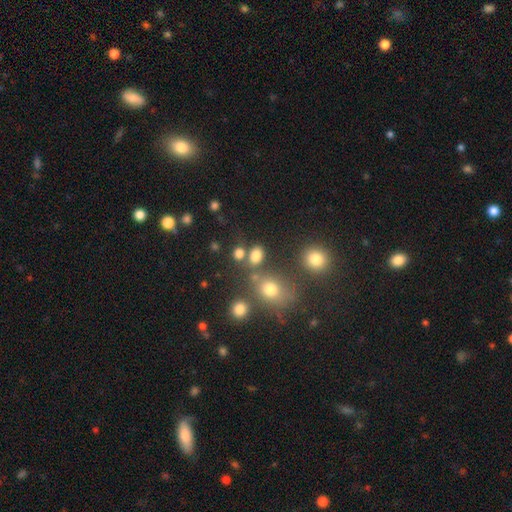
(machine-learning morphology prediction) Smooth or featured?
  - smooth: 78% *
  - star or artifact: 14%
  - featured or disk: 7%
How rounded?
  - in between: 67% *
  - round: 31%
  - cigar-shaped: 2%
Merging?
  - none: 65% *
  - merger: 17%
  - minor disturbance: 12%
  - major disturbance: 6%